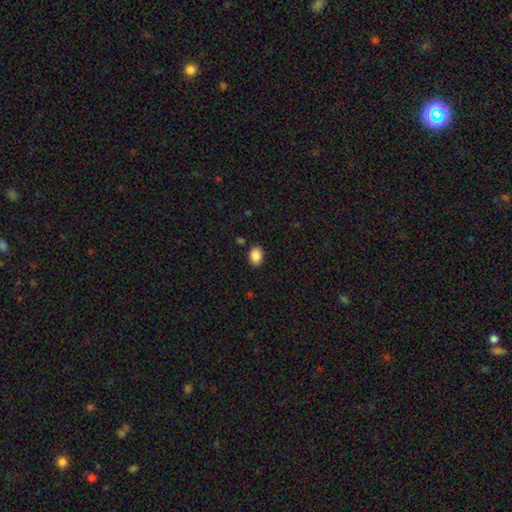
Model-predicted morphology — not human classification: smooth-or-featured: smooth: 88% | star or artifact: 8% | featured or disk: 3%
  how-rounded: in between: 73% | round: 26% | cigar-shaped: 1%
  merging: none: 87% | minor disturbance: 9% | major disturbance: 2% | merger: 2%